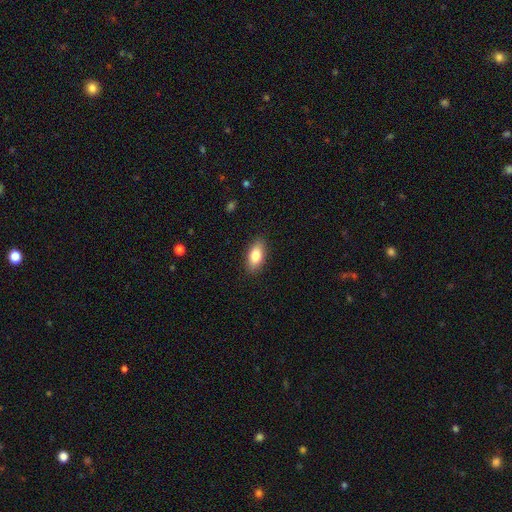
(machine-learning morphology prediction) smooth_or_featured: smooth (p=0.81) [alt: featured or disk p=0.12]
how_rounded: in between (p=0.88) [alt: cigar-shaped p=0.08]
merging: none (p=0.88) [alt: minor disturbance p=0.09]